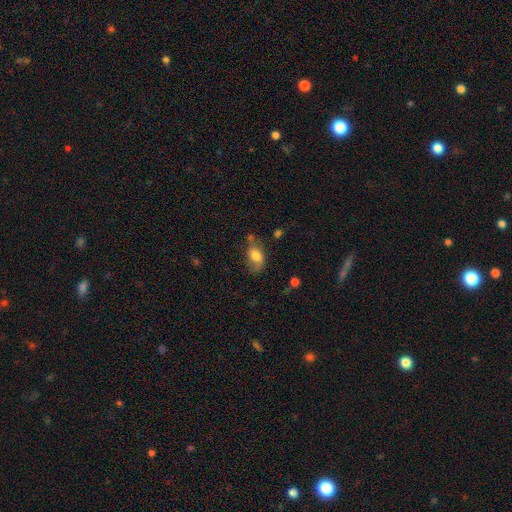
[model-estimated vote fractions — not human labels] This appears to be a smooth galaxy with no disk features (71%) that is in between round and cigar-shaped (84%). Merging: none (53%).